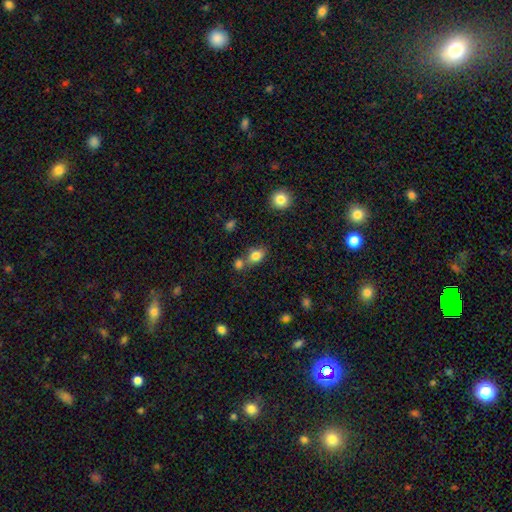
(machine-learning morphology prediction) Smooth or featured: smooth — 83% (star or artifact — 10%)
How rounded: in between — 67% (round — 31%)
Merging: none — 54% (merger — 30%)